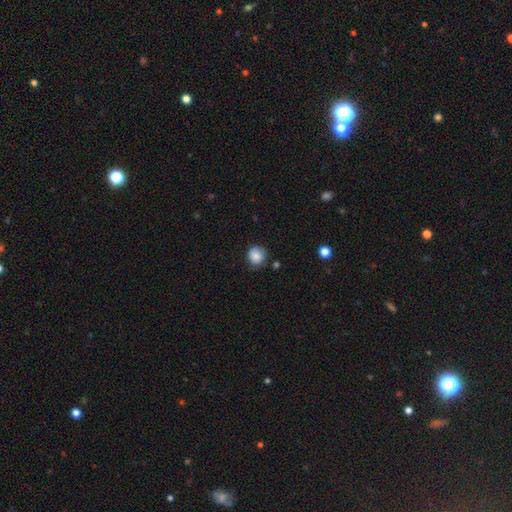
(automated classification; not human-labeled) smooth 84%, star or artifact 9%, featured or disk 7%. Down the decision tree: how rounded — round (87%); merging — none (78%).